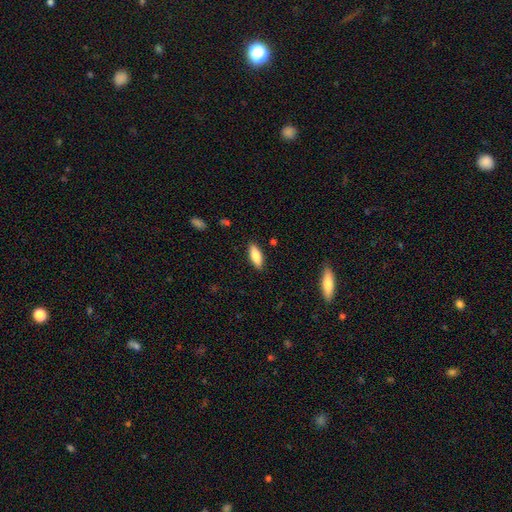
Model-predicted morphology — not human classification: Smooth or featured: smooth — 82% (featured or disk — 12%)
How rounded: in between — 66% (cigar-shaped — 32%)
Merging: none — 88% (minor disturbance — 9%)